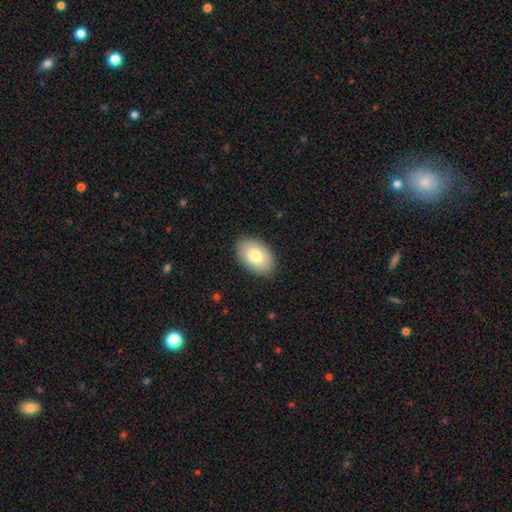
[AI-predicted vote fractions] smooth-or-featured: smooth: 79% | featured or disk: 14% | star or artifact: 7%
  how-rounded: in between: 91% | round: 8% | cigar-shaped: 1%
  merging: none: 88% | minor disturbance: 9% | major disturbance: 2% | merger: 1%